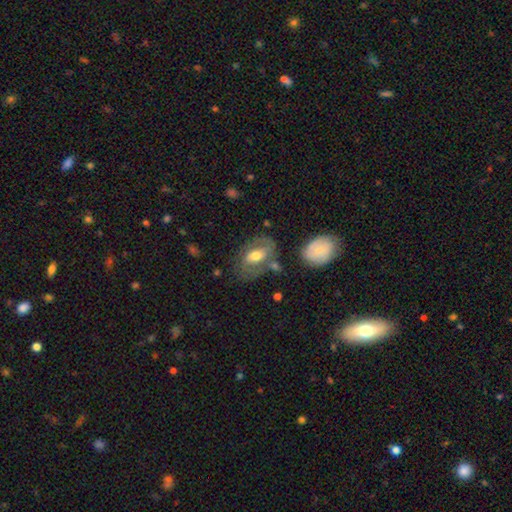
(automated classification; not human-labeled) Overall: featured or disk (52%; smooth 41%). Edge-on disk: no (92%). Merging: none (58%; minor disturbance 19%).